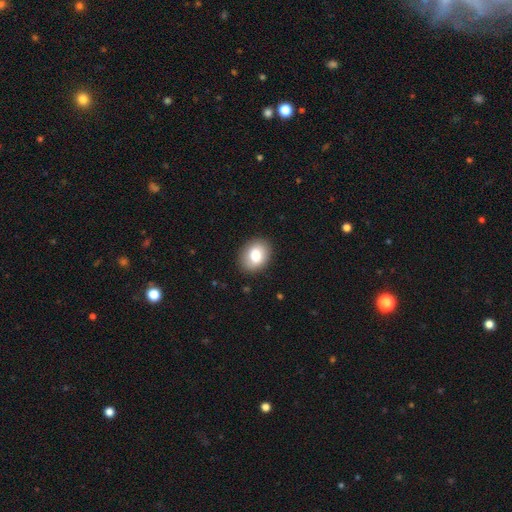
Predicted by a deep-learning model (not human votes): smooth_or_featured: smooth (p=0.78) [alt: featured or disk p=0.14]
how_rounded: in between (p=0.61) [alt: round p=0.38]
merging: none (p=0.88) [alt: minor disturbance p=0.09]